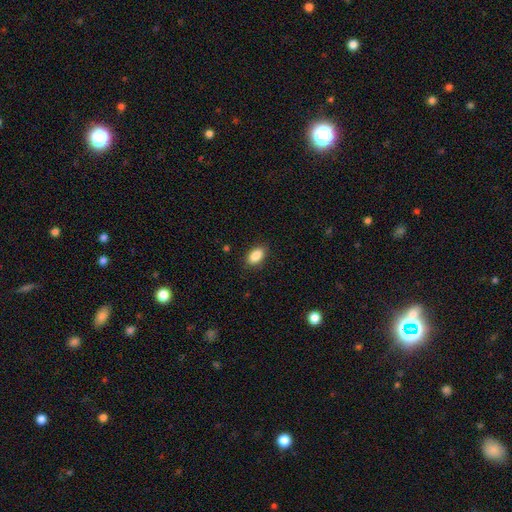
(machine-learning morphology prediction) Q: Smooth or featured?
A: smooth (87%); runner-up: star or artifact (8%)
Q: How rounded?
A: in between (91%); runner-up: round (6%)
Q: Merging?
A: none (87%); runner-up: minor disturbance (10%)